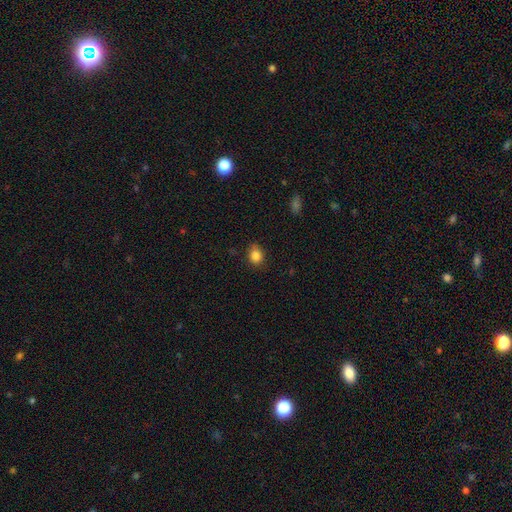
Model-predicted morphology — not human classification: Overall: smooth (85%). How rounded: round (57%; in between 42%). Merging: none (74%).